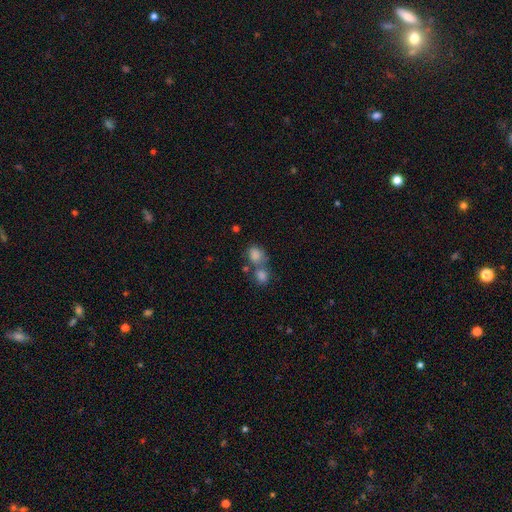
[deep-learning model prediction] Overall: smooth (81%). How rounded: round (53%; in between 45%). Merging: merger (52%; none 33%).